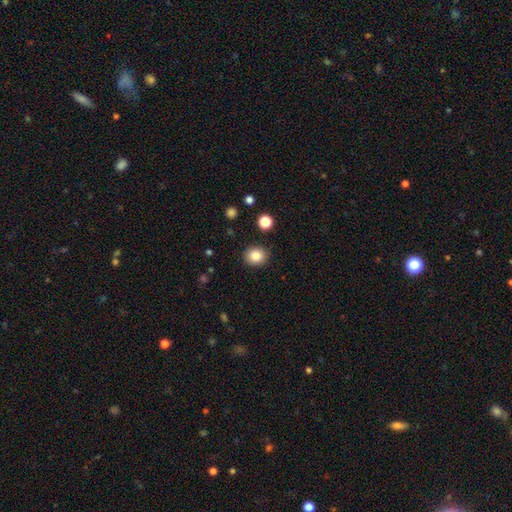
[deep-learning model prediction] Overall: smooth (84%). How rounded: round (76%). Merging: none (88%).